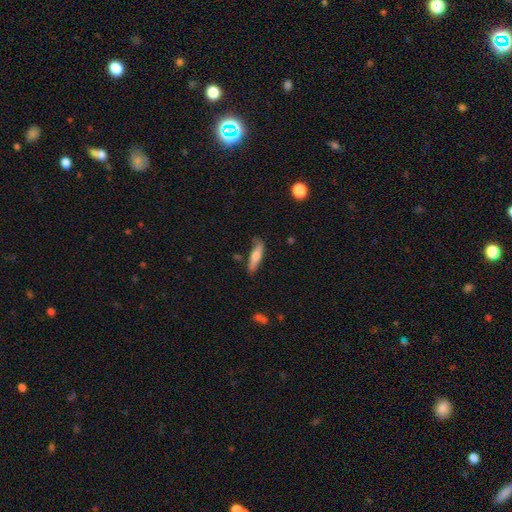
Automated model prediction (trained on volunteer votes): This is likely a smooth galaxy (61%). How rounded: likely cigar-shaped (73%). Merging: likely none (67%).